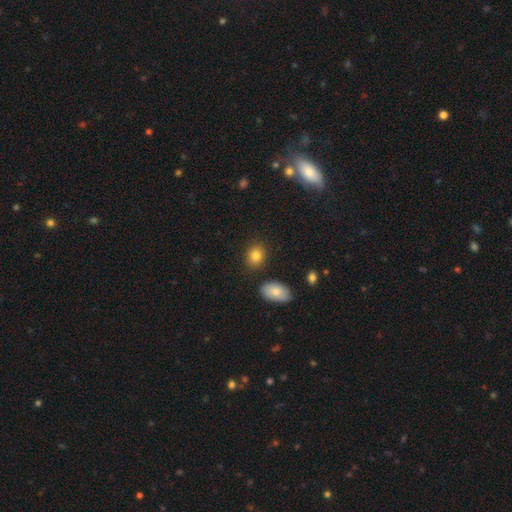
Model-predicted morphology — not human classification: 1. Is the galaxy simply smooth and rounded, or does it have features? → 84% smooth, 9% star or artifact, 7% featured or disk.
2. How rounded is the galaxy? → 50% round, 49% in between, 1% cigar-shaped.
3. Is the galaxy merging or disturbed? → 83% none, 9% minor disturbance, 5% merger, 3% major disturbance.